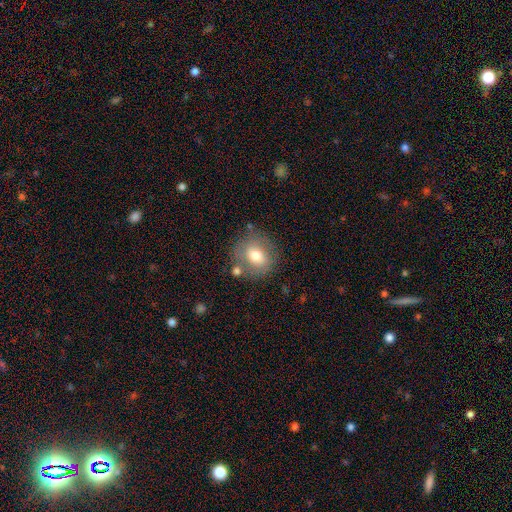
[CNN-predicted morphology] The model was most divided on "smooth or featured": smooth: 69%, featured or disk: 22%, star or artifact: 9%. More confident: how rounded — round (83%); merging — none (73%).